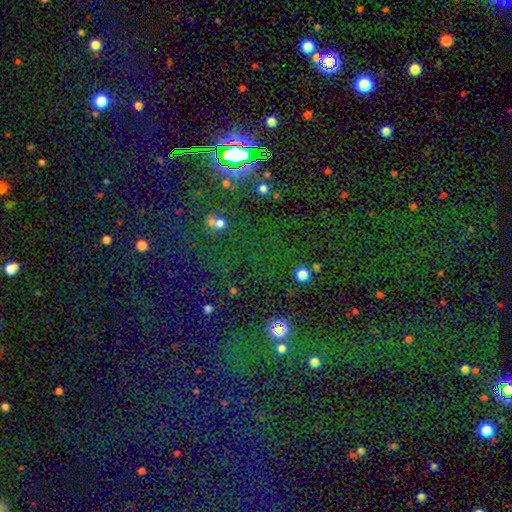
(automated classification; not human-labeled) Q: Smooth or featured?
A: star or artifact (77%); runner-up: smooth (15%)